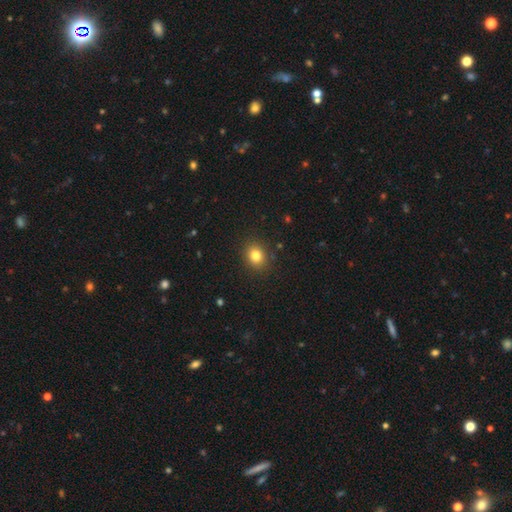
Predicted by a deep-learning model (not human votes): Q: Smooth or featured?
A: smooth (81%); runner-up: star or artifact (12%)
Q: How rounded?
A: round (66%); runner-up: in between (34%)
Q: Merging?
A: none (89%); runner-up: minor disturbance (8%)